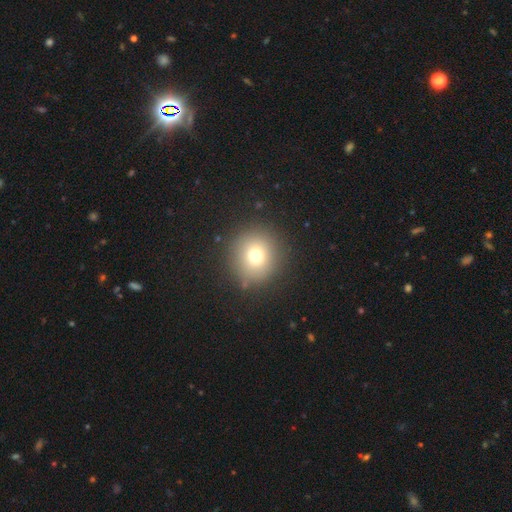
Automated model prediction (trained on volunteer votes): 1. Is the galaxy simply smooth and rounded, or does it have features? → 73% smooth, 16% star or artifact, 12% featured or disk.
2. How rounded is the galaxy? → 92% round, 7% in between, 1% cigar-shaped.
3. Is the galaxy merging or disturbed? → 88% none, 7% minor disturbance, 3% major disturbance, 2% merger.